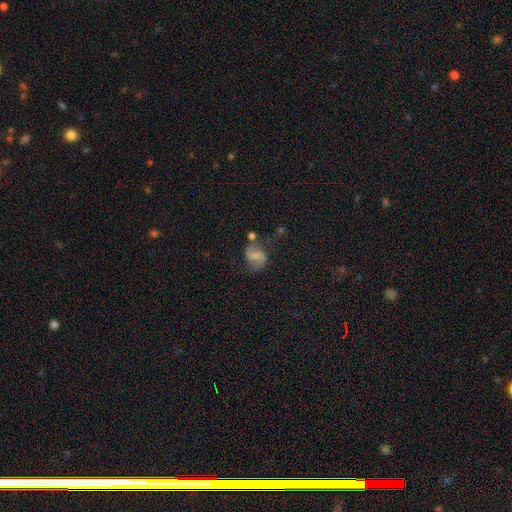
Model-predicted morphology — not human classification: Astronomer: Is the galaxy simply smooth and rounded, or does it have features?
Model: featured or disk — 63%.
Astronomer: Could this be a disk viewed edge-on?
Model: no — 97%.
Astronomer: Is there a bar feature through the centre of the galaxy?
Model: weak — 50% (runner-up: no, 28%).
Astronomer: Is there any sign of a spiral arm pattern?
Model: yes — 90%.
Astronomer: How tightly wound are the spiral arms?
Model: medium — 45% (runner-up: loose, 42%).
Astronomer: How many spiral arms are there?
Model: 2 — 89%.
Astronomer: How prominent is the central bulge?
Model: small — 41% (runner-up: moderate, 33%).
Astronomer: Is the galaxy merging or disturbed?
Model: none — 62%.